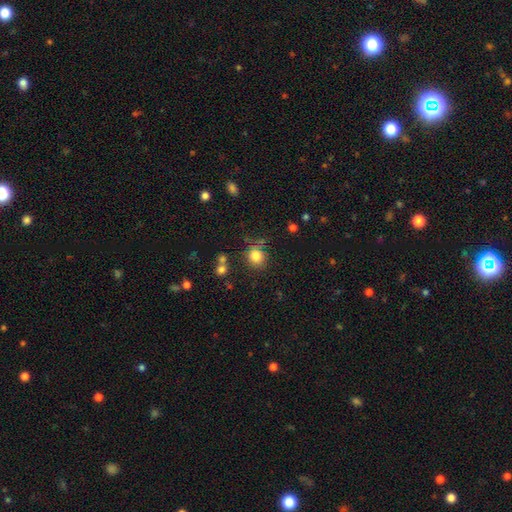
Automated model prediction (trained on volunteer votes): A smooth galaxy with no disk features (80%) that is round (80%).

Vote fractions:
- Smooth or featured? smooth: 80% / star or artifact: 13% / featured or disk: 7%
- How rounded? round: 80% / in between: 19% / cigar-shaped: 1%
- Merging? none: 75% / minor disturbance: 13% / merger: 7% / major disturbance: 5%